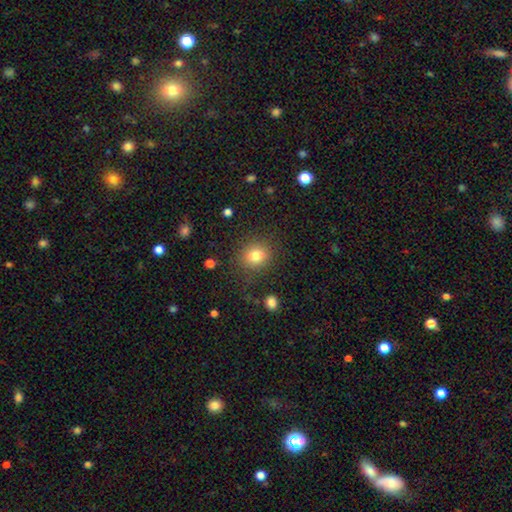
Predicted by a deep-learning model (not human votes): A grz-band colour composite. It shows a smooth galaxy with no disk features (81%) that is round (74%). Merging: none (84%).